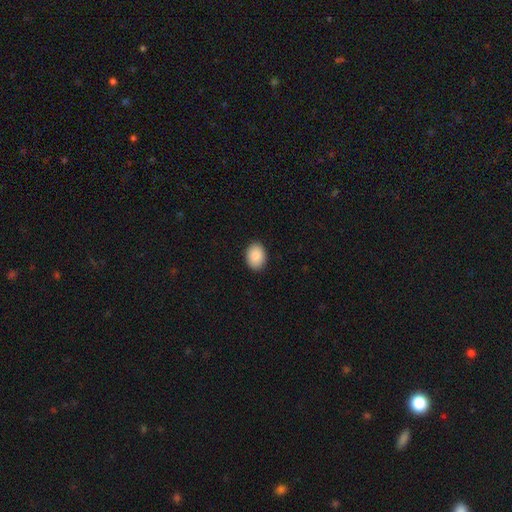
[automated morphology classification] The model was most divided on "how rounded": in between: 71%, round: 28%, cigar-shaped: 1%. More confident: merging — none (90%); smooth or featured — smooth (90%).